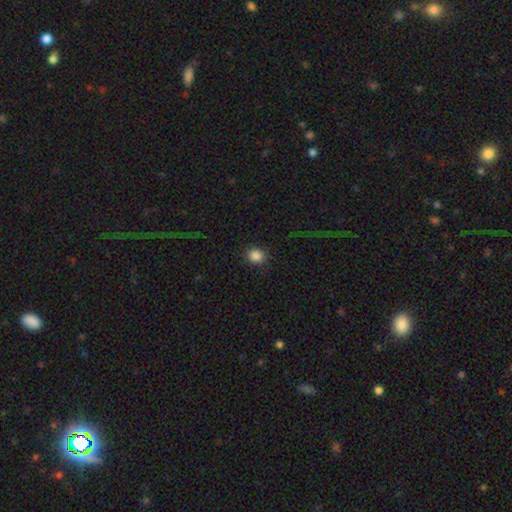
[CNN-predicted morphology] This is clearly a smooth galaxy (86%). How rounded: likely round (74%). Merging: clearly none (88%).